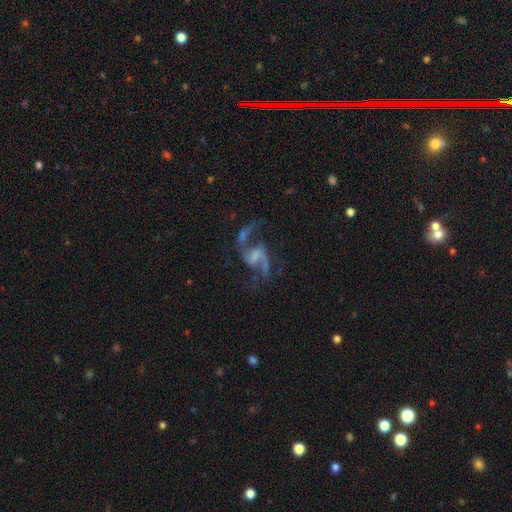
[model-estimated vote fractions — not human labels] This appears to be a featured or disk galaxy (84%) with a weak bar (45%), 2 (90%) loose (73%) spiral arms (93%) and no central bulge (41%). Merging: none (52%).